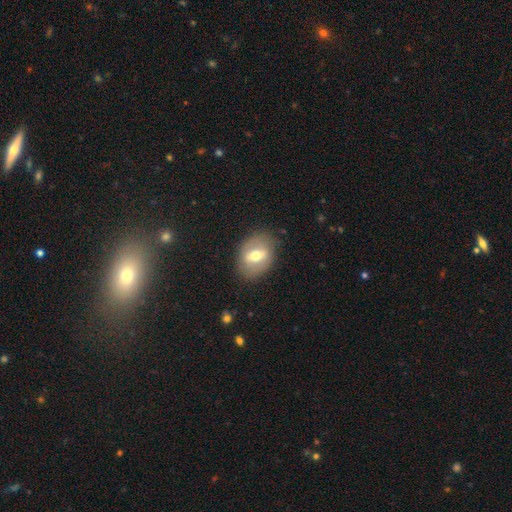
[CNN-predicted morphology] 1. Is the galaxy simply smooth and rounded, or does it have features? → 51% smooth, 41% featured or disk, 8% star or artifact.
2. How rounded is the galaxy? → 69% in between, 30% round, 2% cigar-shaped.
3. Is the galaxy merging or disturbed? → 82% none, 13% minor disturbance, 5% major disturbance, 1% merger.